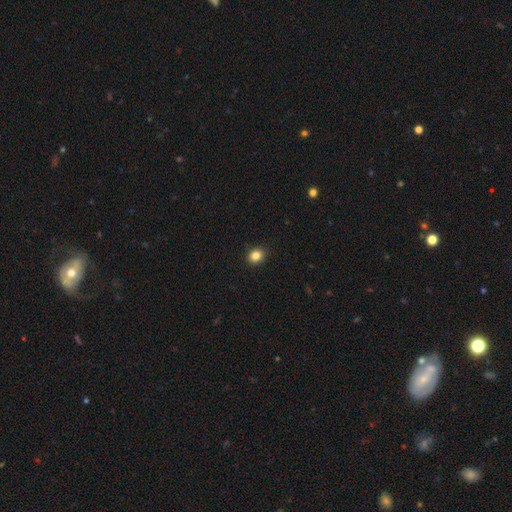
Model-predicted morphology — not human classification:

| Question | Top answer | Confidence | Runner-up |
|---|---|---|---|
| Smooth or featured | smooth | 85% | star or artifact (11%) |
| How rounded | round | 67% | in between (32%) |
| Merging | none | 91% | minor disturbance (6%) |